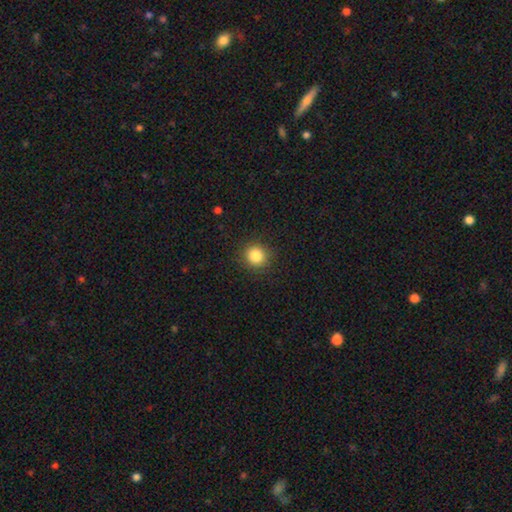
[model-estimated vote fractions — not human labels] Smooth or featured: smooth — 84% (star or artifact — 11%)
How rounded: round — 91% (in between — 8%)
Merging: none — 90% (minor disturbance — 6%)